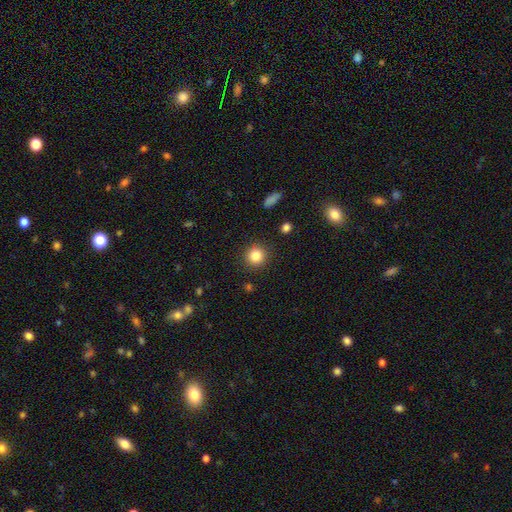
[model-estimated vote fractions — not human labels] Smooth or featured? smooth (84%)
How rounded? round (93%)
Merging? none (90%)